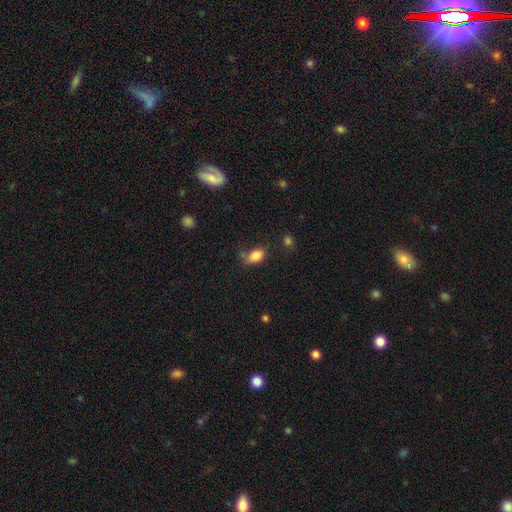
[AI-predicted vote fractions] Q: Smooth or featured?
A: smooth (85%); runner-up: star or artifact (9%)
Q: How rounded?
A: in between (85%); runner-up: round (13%)
Q: Merging?
A: none (58%); runner-up: minor disturbance (26%)